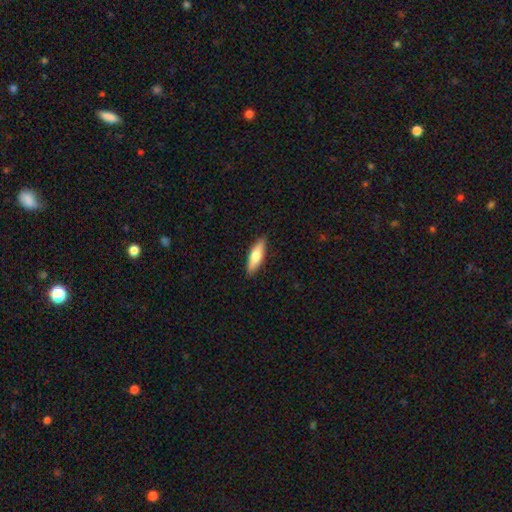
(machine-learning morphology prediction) A smooth galaxy with no disk features (65%) that is cigar-shaped (58%). Merging: none (89%).